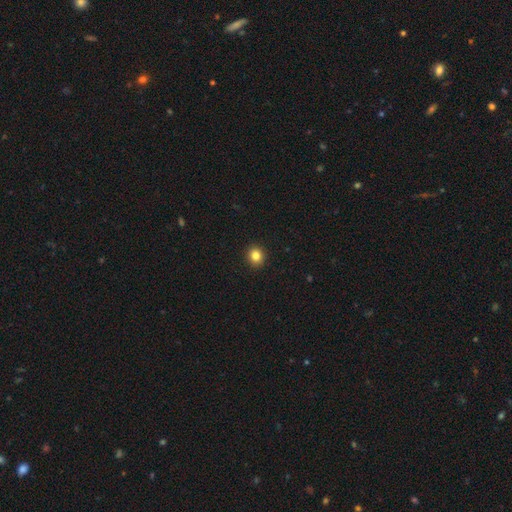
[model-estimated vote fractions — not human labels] smooth_or_featured: smooth (p=0.83) [alt: star or artifact p=0.11]
how_rounded: round (p=0.81) [alt: in between p=0.18]
merging: none (p=0.93) [alt: minor disturbance p=0.05]